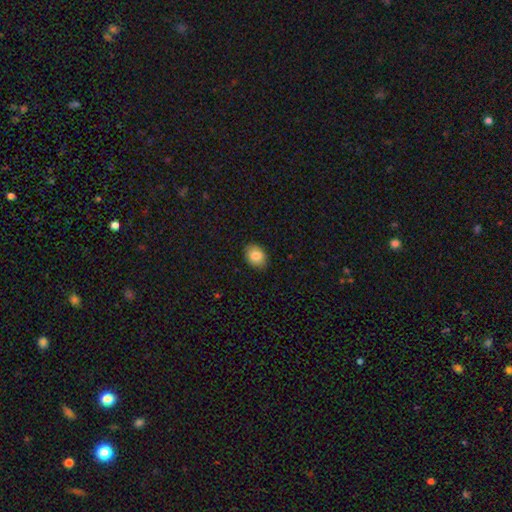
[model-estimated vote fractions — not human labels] Overall: smooth (85%). How rounded: in between (64%; round 35%). Merging: none (88%).